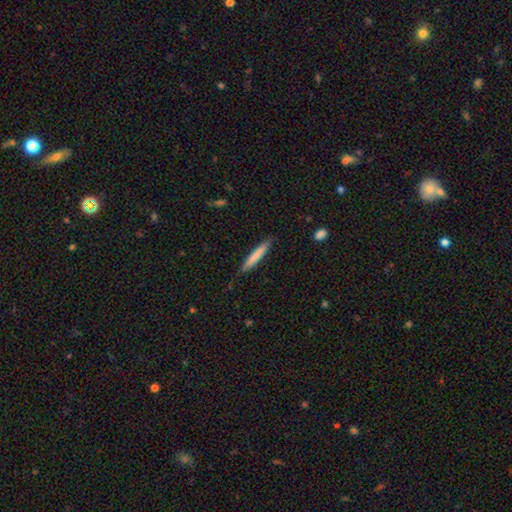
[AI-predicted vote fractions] Smooth or featured: smooth — 75% (featured or disk — 19%)
How rounded: cigar-shaped — 94% (in between — 5%)
Merging: none — 86% (minor disturbance — 11%)